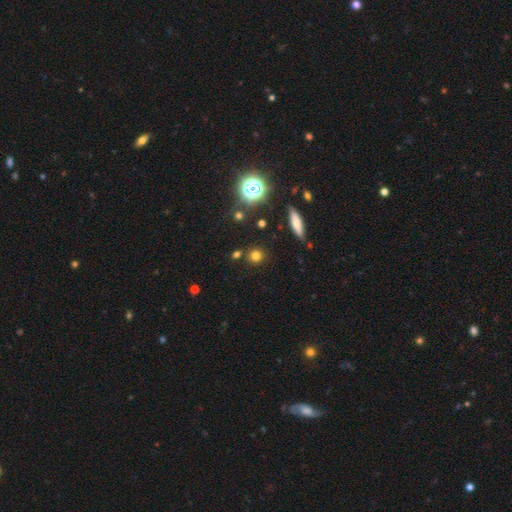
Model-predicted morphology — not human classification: This appears to be a smooth galaxy with no disk features (71%) that is round (89%). Merging: none (86%).